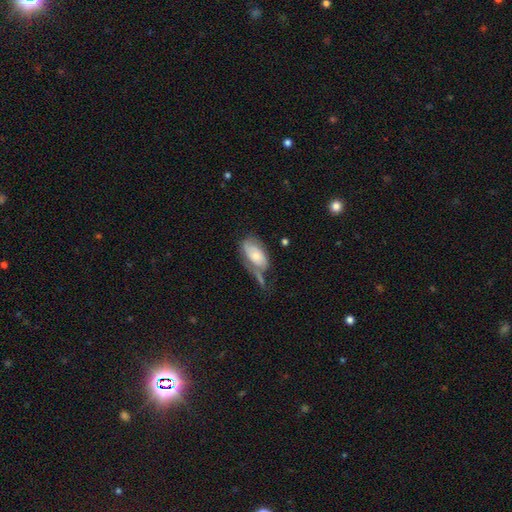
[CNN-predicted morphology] smooth-or-featured: smooth: 50% | featured or disk: 43% | star or artifact: 7%
  how-rounded: in between: 92% | round: 5% | cigar-shaped: 4%
  merging: none: 35% | minor disturbance: 27% | major disturbance: 22% | merger: 16%